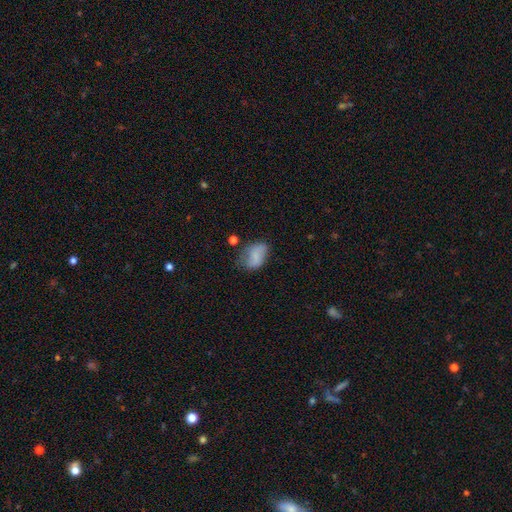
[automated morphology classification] Smooth or featured? Predicted: smooth (p=0.71). How rounded? Predicted: in between (p=0.84). Merging? Predicted: none (p=0.47).